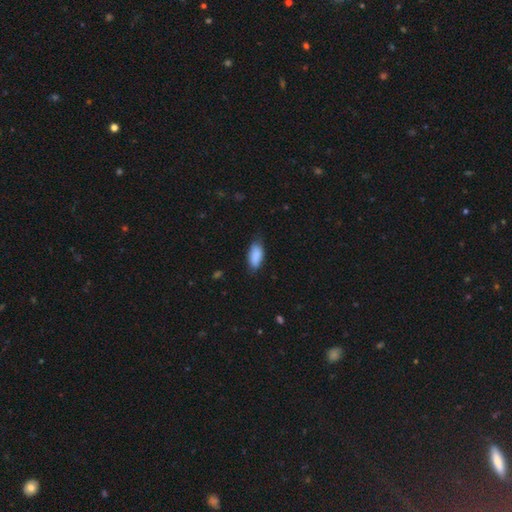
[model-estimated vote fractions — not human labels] Smooth or featured?
  - smooth: 89% *
  - star or artifact: 7%
  - featured or disk: 5%
How rounded?
  - in between: 87% *
  - cigar-shaped: 10%
  - round: 2%
Merging?
  - none: 74% *
  - minor disturbance: 21%
  - major disturbance: 4%
  - merger: 1%